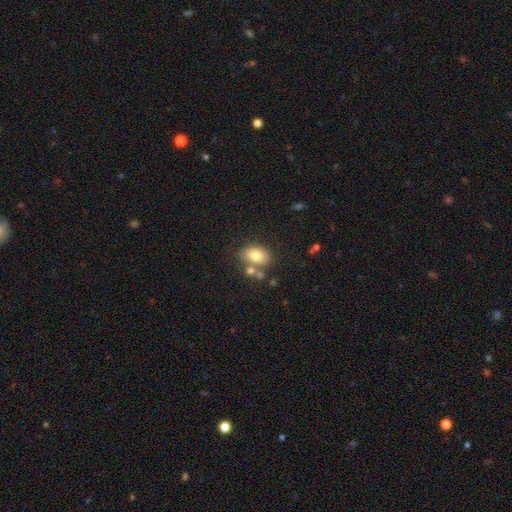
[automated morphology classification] Smooth or featured? Predicted: smooth (p=0.77). How rounded? Predicted: in between (p=0.76). Merging? Predicted: none (p=0.61).